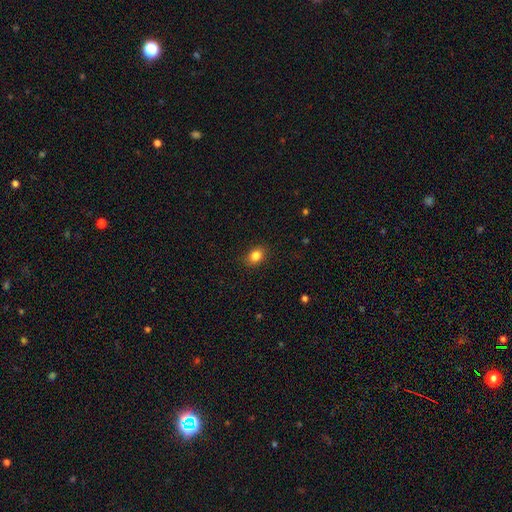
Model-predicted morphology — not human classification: Overall: smooth (84%). How rounded: in between (60%; round 38%). Merging: none (87%).